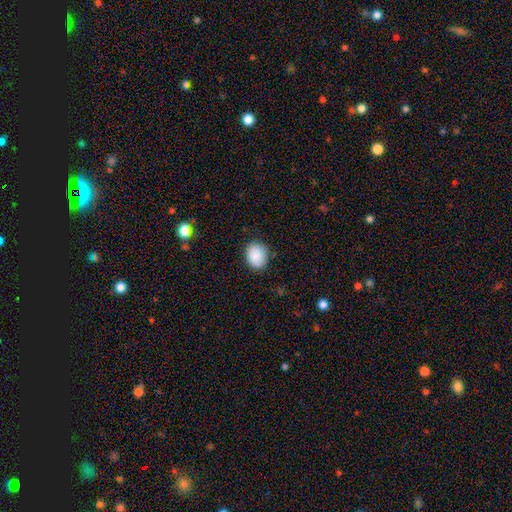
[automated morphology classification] This appears to be a smooth galaxy with no disk features (88%) that is in between round and cigar-shaped (50%). Merging: none (82%).